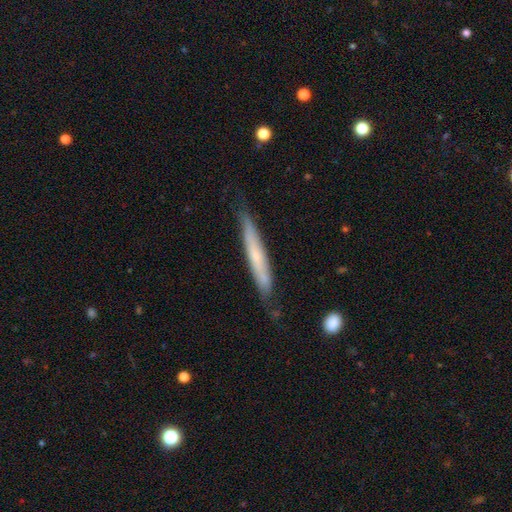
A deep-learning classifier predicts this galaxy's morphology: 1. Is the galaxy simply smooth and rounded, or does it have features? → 52% smooth, 42% featured or disk, 6% star or artifact.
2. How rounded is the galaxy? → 95% cigar-shaped, 4% in between, 1% round.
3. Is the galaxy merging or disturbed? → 76% none, 19% minor disturbance, 3% major disturbance, 2% merger.